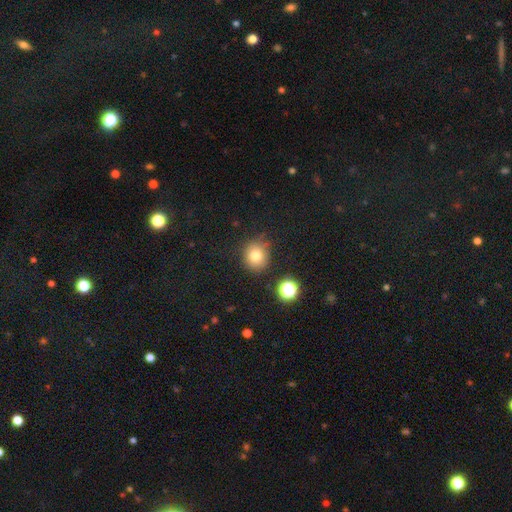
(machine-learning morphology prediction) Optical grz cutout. It shows a smooth galaxy with no disk features (77%) that is round (87%). Merging: none (83%).